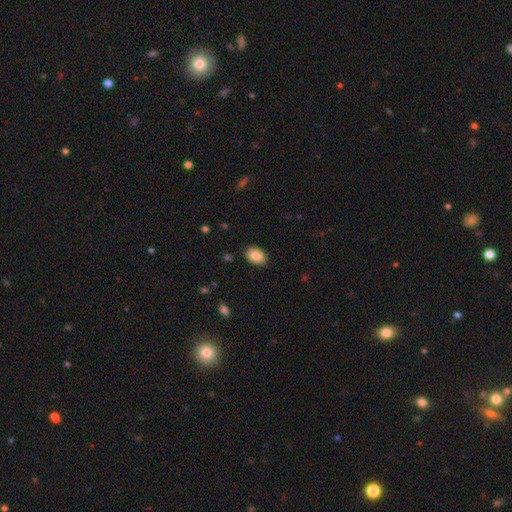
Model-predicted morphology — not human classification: The model was most divided on "how rounded": in between: 85%, round: 14%, cigar-shaped: 1%. More confident: merging — none (88%); smooth or featured — smooth (86%).